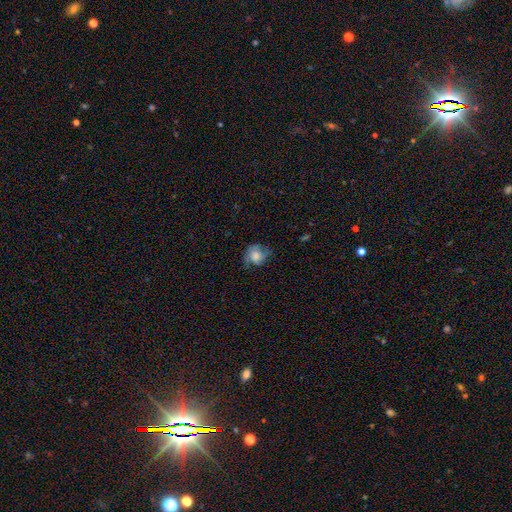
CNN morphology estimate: This is possibly a smooth galaxy (51%). How rounded: likely round (65%). Merging: possibly none (52%).